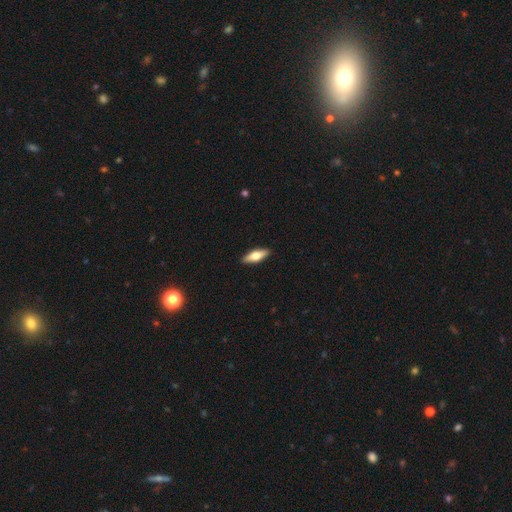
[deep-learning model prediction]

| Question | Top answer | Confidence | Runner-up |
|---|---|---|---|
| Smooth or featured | smooth | 59% | featured or disk (36%) |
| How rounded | in between | 57% | cigar-shaped (40%) |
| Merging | none | 91% | minor disturbance (7%) |